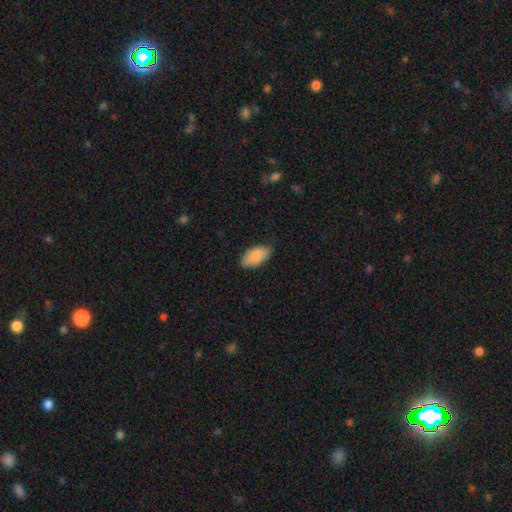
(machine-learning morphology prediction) smooth_or_featured: smooth (p=0.83) [alt: featured or disk p=0.10]
how_rounded: in between (p=0.94) [alt: round p=0.03]
merging: none (p=0.74) [alt: minor disturbance p=0.22]